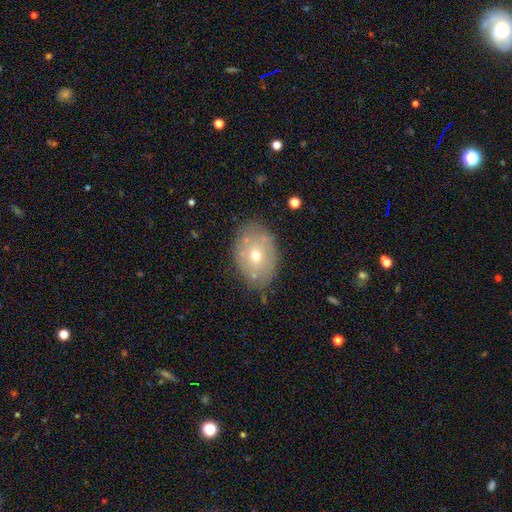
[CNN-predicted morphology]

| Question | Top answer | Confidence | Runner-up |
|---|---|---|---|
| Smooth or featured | smooth | 59% | featured or disk (31%) |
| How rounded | in between | 73% | round (26%) |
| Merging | none | 74% | minor disturbance (18%) |